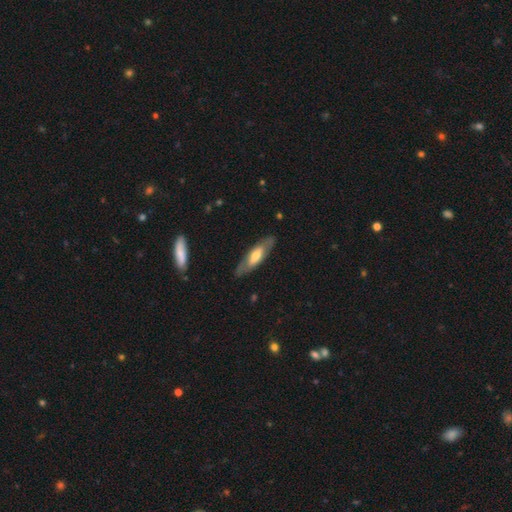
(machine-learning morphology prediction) featured or disk 52%, smooth 43%, star or artifact 5%. Down the decision tree: edge-on disk — no (59%); merging — none (82%).